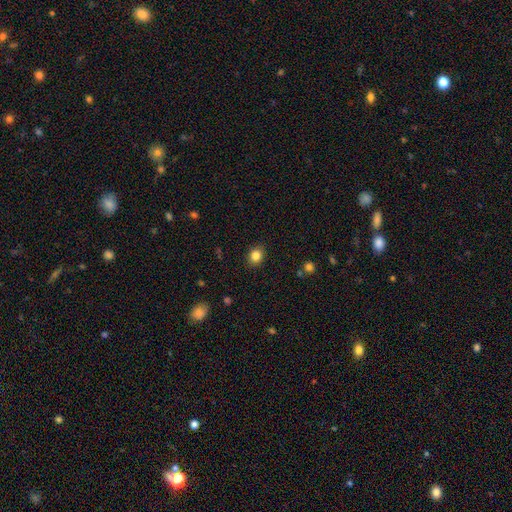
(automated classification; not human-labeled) smooth 84%, star or artifact 11%, featured or disk 5%. Down the decision tree: how rounded — round (64%); merging — none (88%).